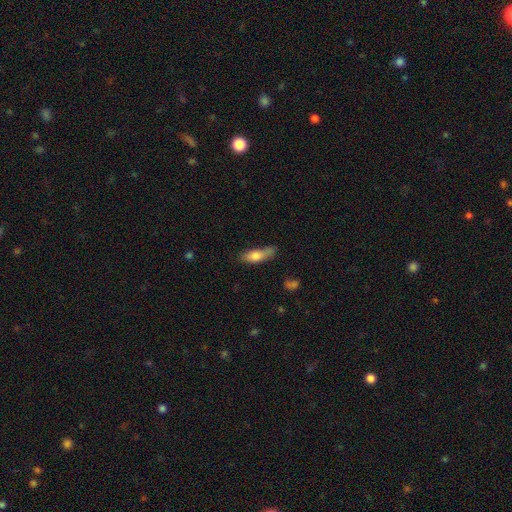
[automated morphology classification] A smooth galaxy with no disk features (74%) that is in between round and cigar-shaped (56%).

Vote fractions:
- Smooth or featured? smooth: 74% / featured or disk: 19% / star or artifact: 7%
- How rounded? in between: 56% / cigar-shaped: 41% / round: 3%
- Merging? none: 50% / minor disturbance: 31% / major disturbance: 11% / merger: 9%